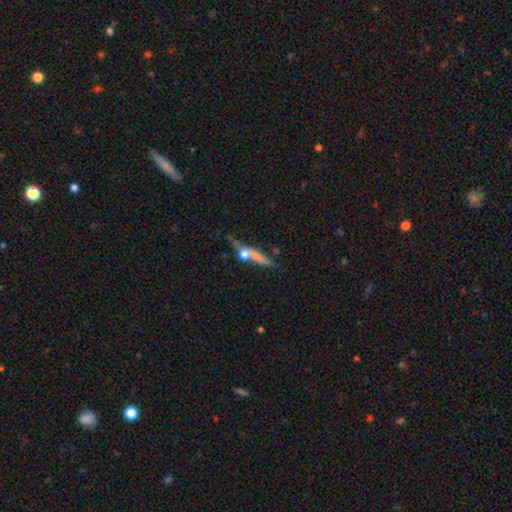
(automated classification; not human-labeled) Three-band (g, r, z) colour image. It shows a smooth galaxy with no disk features (46%). Merging: none (52%).